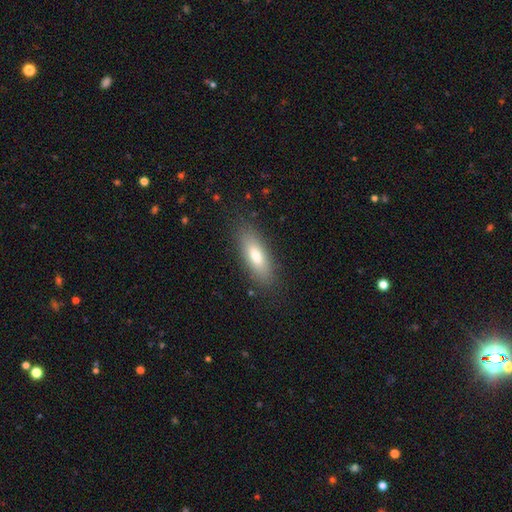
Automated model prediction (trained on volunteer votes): Smooth or featured? Predicted: smooth (p=0.76). How rounded? Predicted: in between (p=0.64). Merging? Predicted: none (p=0.85).